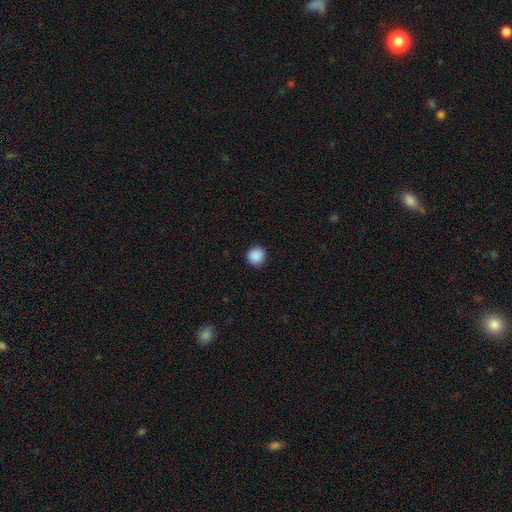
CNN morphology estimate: A smooth galaxy with no disk features (89%) that is round (95%). Merging: none (92%).